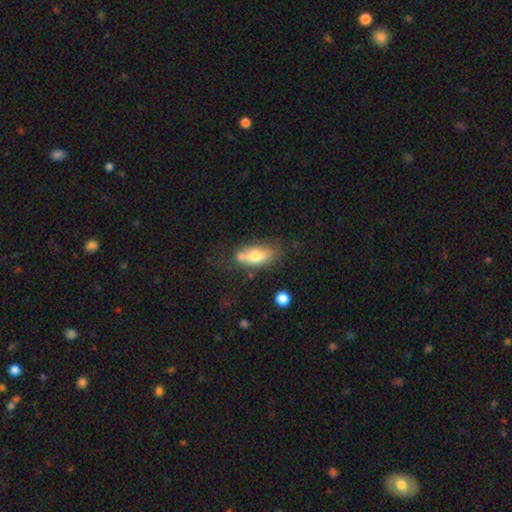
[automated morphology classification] A smooth galaxy with no disk features (69%) that is in between round and cigar-shaped (83%). Merging: none (55%).